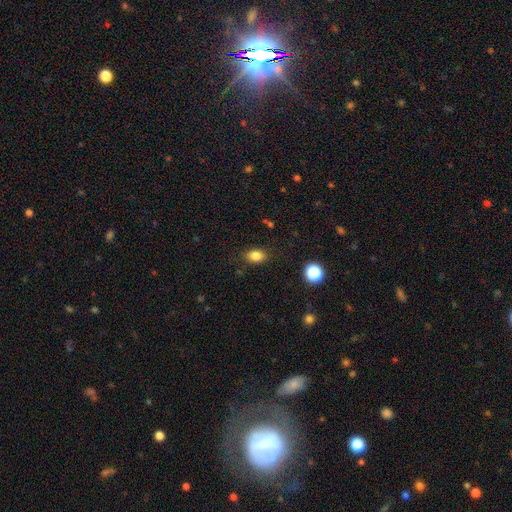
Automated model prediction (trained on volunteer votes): This appears to be a smooth galaxy with no disk features (84%) that is in between round and cigar-shaped (77%). Merging: none (83%).